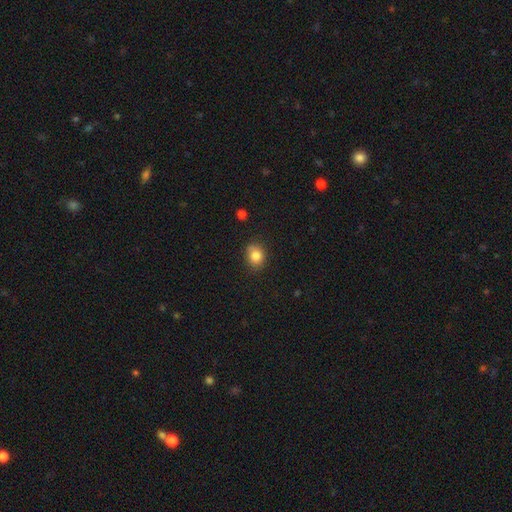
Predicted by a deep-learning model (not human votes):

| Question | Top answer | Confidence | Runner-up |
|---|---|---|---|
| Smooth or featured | smooth | 83% | star or artifact (10%) |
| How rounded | round | 55% | in between (44%) |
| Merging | none | 72% | minor disturbance (22%) |